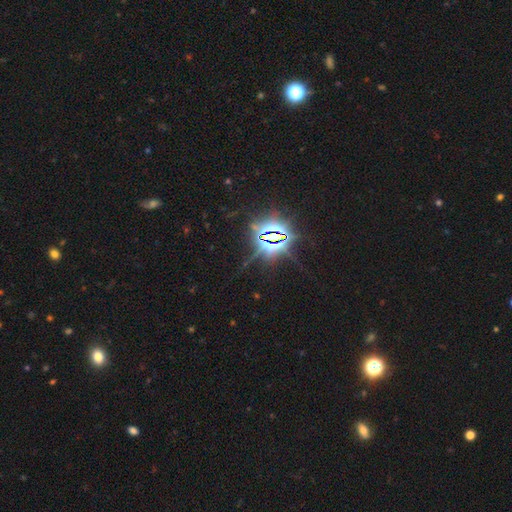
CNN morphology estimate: Overall: star or artifact (85%).